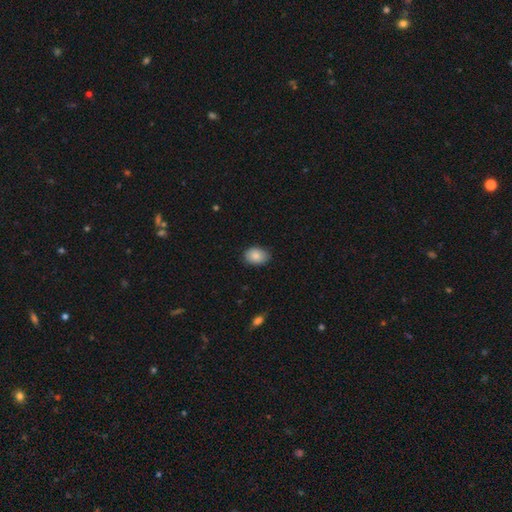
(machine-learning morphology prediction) smooth_or_featured: smooth (p=0.87) [alt: star or artifact p=0.07]
how_rounded: in between (p=0.78) [alt: round p=0.21]
merging: none (p=0.83) [alt: minor disturbance p=0.14]